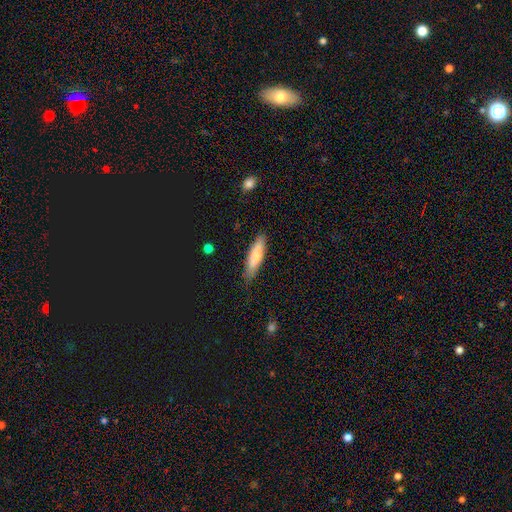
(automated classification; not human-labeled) smooth-or-featured: smooth: 78% | featured or disk: 17% | star or artifact: 6%
  how-rounded: cigar-shaped: 68% | in between: 30% | round: 1%
  merging: none: 82% | minor disturbance: 14% | major disturbance: 3% | merger: 1%